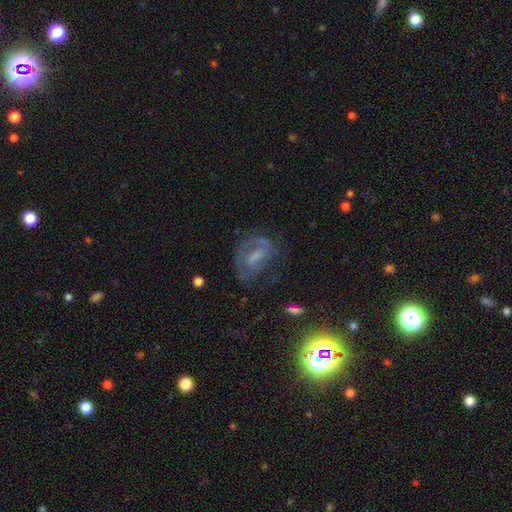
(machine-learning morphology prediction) This is possibly a featured or disk galaxy (54%). It is clearly not viewed edge-on (94%). Bar: marginally no (41%). Spiral arm pattern: possibly yes (59%). Central bulge: marginally none (38%). Merging: possibly none (51%).